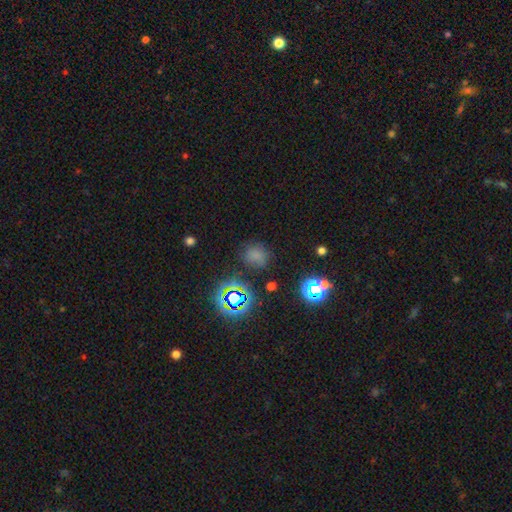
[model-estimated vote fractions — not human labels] Smooth or featured?
  - smooth: 64% *
  - star or artifact: 28%
  - featured or disk: 8%
How rounded?
  - round: 76% *
  - in between: 23%
  - cigar-shaped: 1%
Merging?
  - none: 75% *
  - minor disturbance: 16%
  - major disturbance: 6%
  - merger: 3%